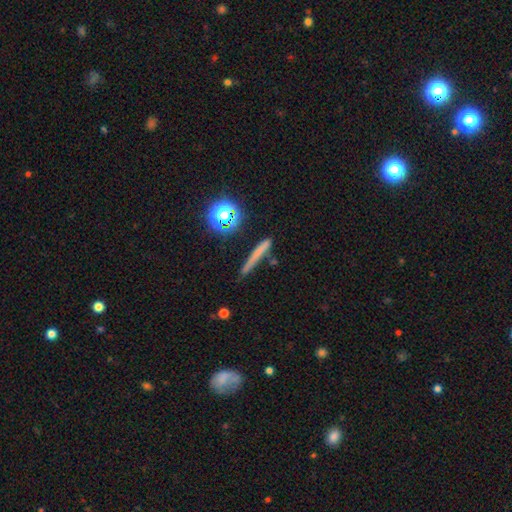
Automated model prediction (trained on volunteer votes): smooth_or_featured: smooth (p=0.60) [alt: featured or disk p=0.25]
how_rounded: cigar-shaped (p=0.90) [alt: round p=0.06]
merging: none (p=0.76) [alt: minor disturbance p=0.15]